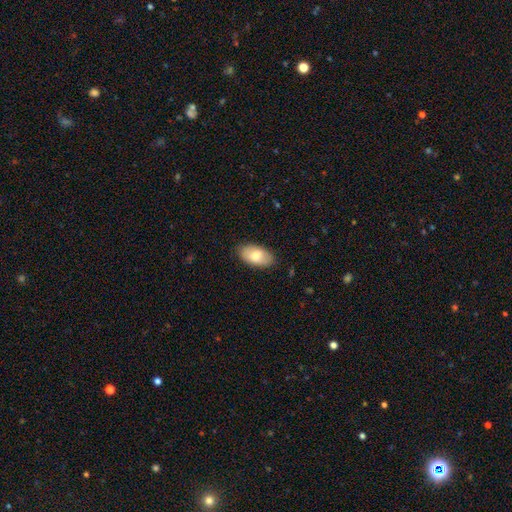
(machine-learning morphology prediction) Smooth or featured: smooth — 78% (featured or disk — 16%)
How rounded: in between — 95% (round — 3%)
Merging: none — 87% (minor disturbance — 10%)